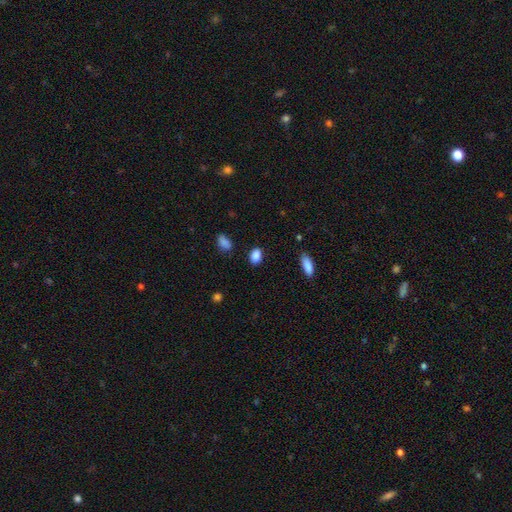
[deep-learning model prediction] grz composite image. It shows a smooth galaxy with no disk features (88%) that is in between round and cigar-shaped (83%). Merging: none (85%).